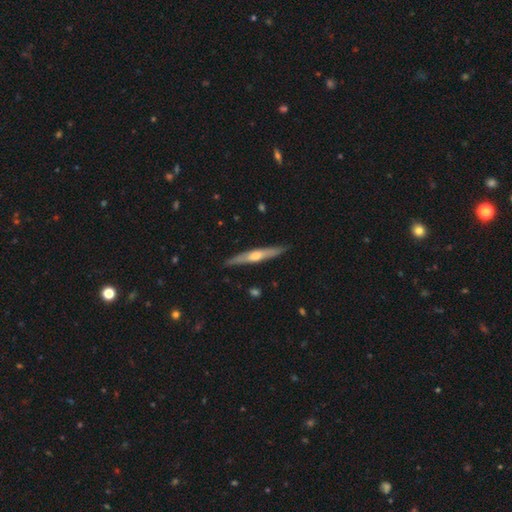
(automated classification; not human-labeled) Overall: featured or disk (66%; smooth 28%). Edge-on disk: yes (96%). Edge-on bulge: rounded (83%). Merging: none (89%).